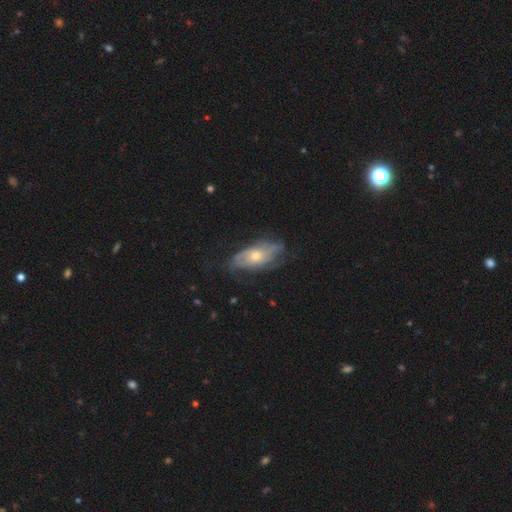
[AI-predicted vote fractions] featured or disk 66%, smooth 27%, star or artifact 7%. Down the decision tree: edge-on disk — no (87%); bar — no (80%); spiral arms — yes (76%); bulge size — moderate (58%); merging — none (63%).